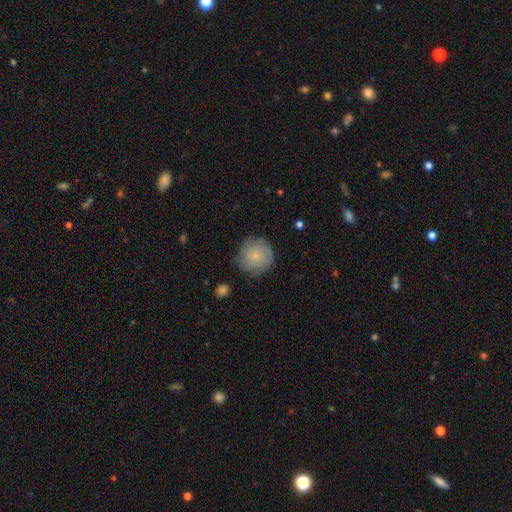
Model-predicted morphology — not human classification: Smooth or featured? Predicted: smooth (p=0.73). How rounded? Predicted: round (p=0.93). Merging? Predicted: none (p=0.75).